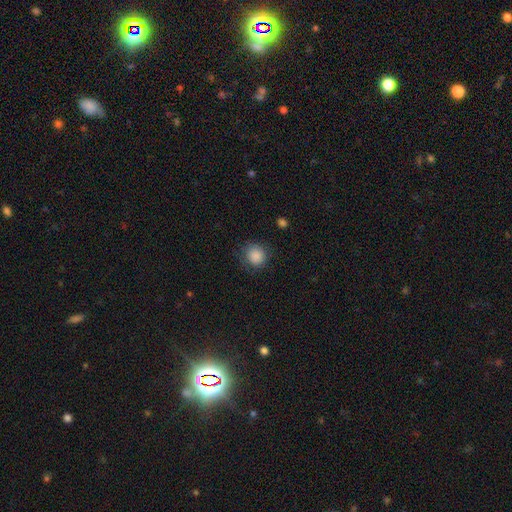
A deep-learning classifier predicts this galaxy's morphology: This is clearly a smooth galaxy (87%). How rounded: clearly round (88%). Merging: likely none (79%).